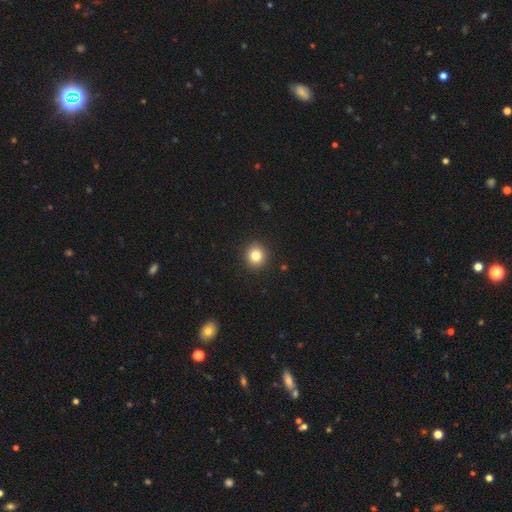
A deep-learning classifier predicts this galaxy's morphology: The model was most divided on "smooth or featured": smooth: 82%, star or artifact: 11%, featured or disk: 7%. More confident: merging — none (92%); how rounded — round (88%).